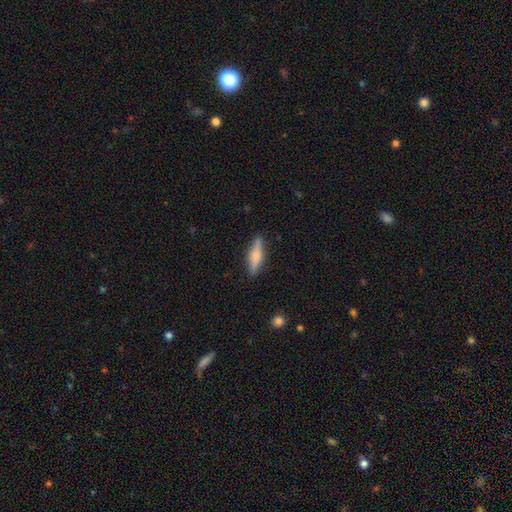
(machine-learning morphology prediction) Overall: smooth (63%; featured or disk 30%). How rounded: cigar-shaped (71%). Merging: none (87%).